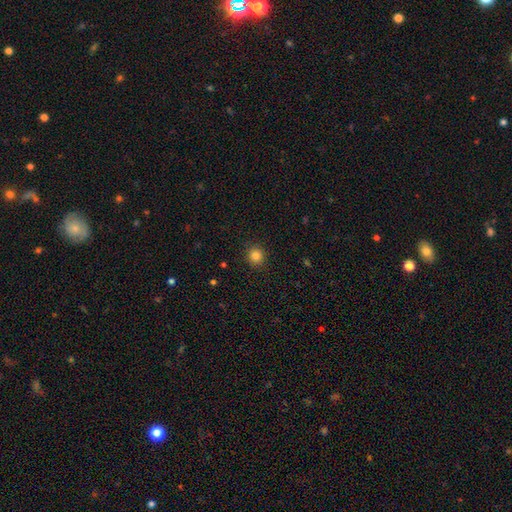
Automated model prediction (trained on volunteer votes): Smooth or featured? Predicted: smooth (p=0.84). How rounded? Predicted: round (p=0.92). Merging? Predicted: none (p=0.92).